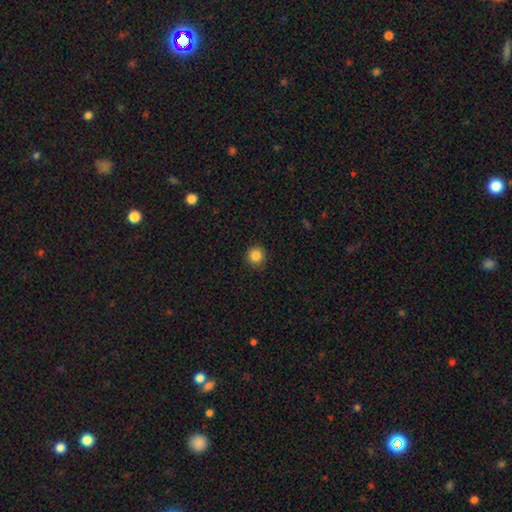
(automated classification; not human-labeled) Overall: smooth (85%). How rounded: round (94%). Merging: none (91%).